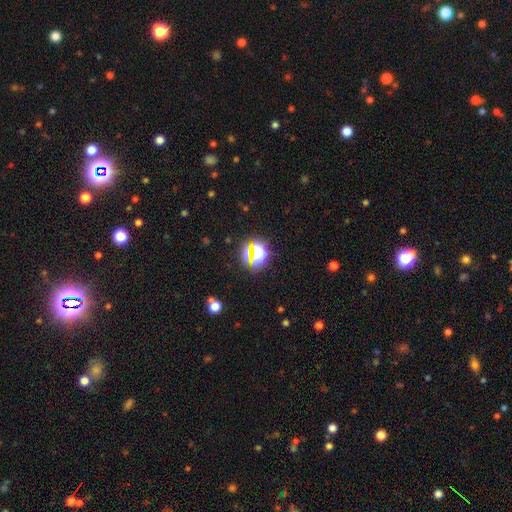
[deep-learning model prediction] smooth-or-featured: star or artifact: 61% | smooth: 29% | featured or disk: 11%